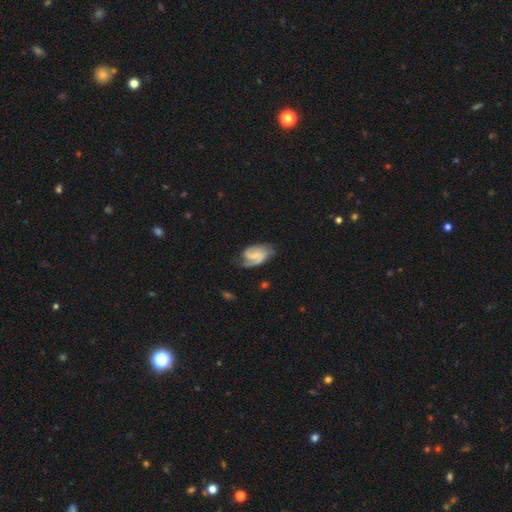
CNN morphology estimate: Smooth or featured: featured or disk — 78% (smooth — 16%)
Edge-on disk: no — 98% (yes — 2%)
Bar: weak — 48% (no — 37%)
Spiral arms: yes — 95% (no — 5%)
Spiral winding: medium — 47% (tight — 30%)
Spiral arm count: 2 — 74% (1 — 14%)
Bulge size: small — 51% (none — 26%)
Merging: none — 59% (minor disturbance — 25%)